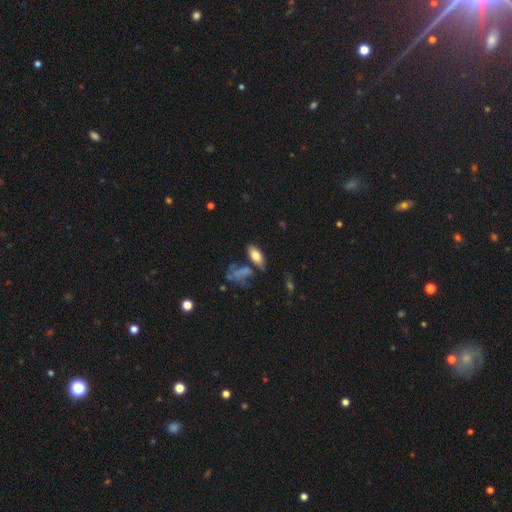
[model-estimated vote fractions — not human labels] smooth-or-featured: smooth: 76% | featured or disk: 15% | star or artifact: 9%
  how-rounded: in between: 88% | cigar-shaped: 8% | round: 3%
  merging: none: 66% | minor disturbance: 16% | merger: 12% | major disturbance: 6%